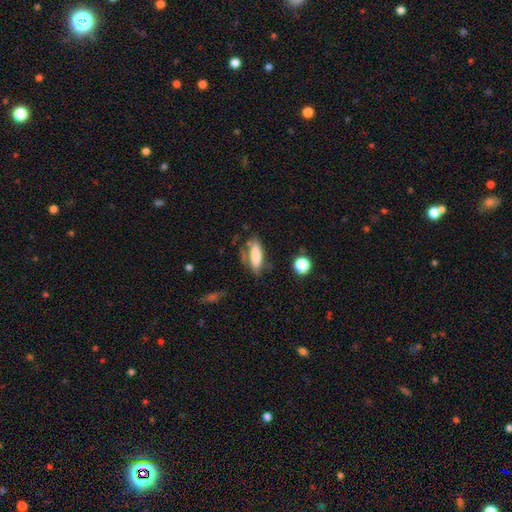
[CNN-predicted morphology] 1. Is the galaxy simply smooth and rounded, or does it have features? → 75% smooth, 17% featured or disk, 9% star or artifact.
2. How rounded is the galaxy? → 58% in between, 40% cigar-shaped, 2% round.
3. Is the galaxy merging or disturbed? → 51% none, 27% minor disturbance, 15% major disturbance, 7% merger.